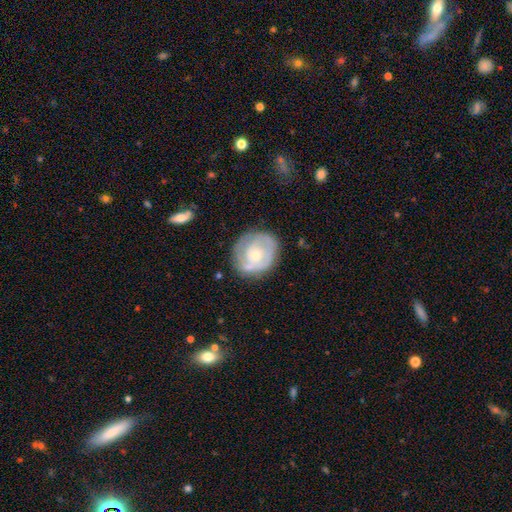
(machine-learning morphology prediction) Smooth or featured: featured or disk — 63% (smooth — 32%)
Edge-on disk: no — 97% (yes — 3%)
Bar: no — 80% (weak — 17%)
Spiral arms: yes — 64% (no — 36%)
Bulge size: small — 56% (moderate — 37%)
Merging: none — 68% (minor disturbance — 21%)